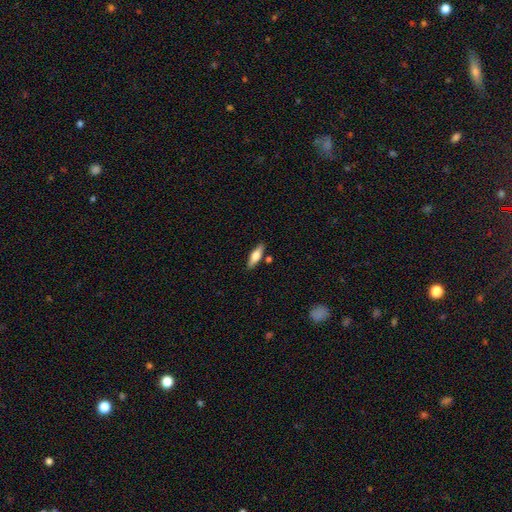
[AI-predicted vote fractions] smooth_or_featured: smooth (p=0.65) [alt: featured or disk p=0.29]
how_rounded: in between (p=0.49) [tied with: cigar-shaped p=0.49]
merging: none (p=0.83) [alt: minor disturbance p=0.10]